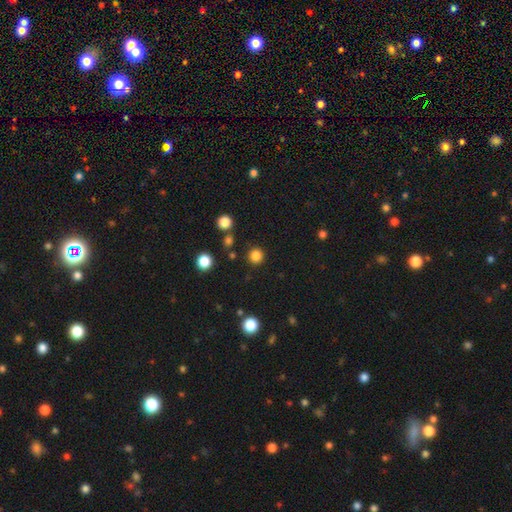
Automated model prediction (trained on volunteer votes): smooth_or_featured: smooth (p=0.83) [alt: star or artifact p=0.13]
how_rounded: round (p=0.95) [alt: in between p=0.04]
merging: none (p=0.89) [alt: minor disturbance p=0.06]